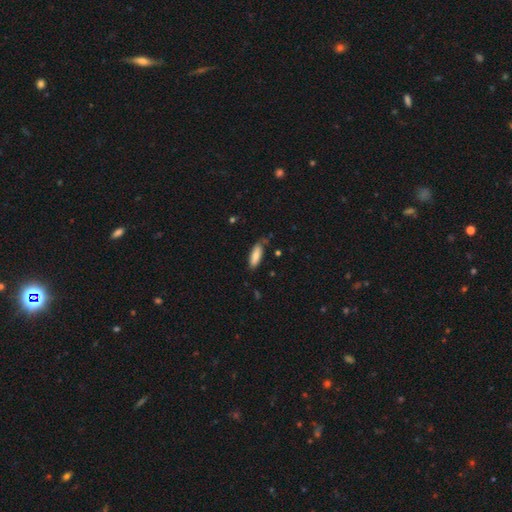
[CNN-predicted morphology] A smooth galaxy with no disk features (82%) that is in between round and cigar-shaped (57%).

Vote fractions:
- Smooth or featured? smooth: 82% / featured or disk: 12% / star or artifact: 6%
- How rounded? in between: 57% / cigar-shaped: 41% / round: 2%
- Merging? none: 74% / minor disturbance: 20% / major disturbance: 3% / merger: 3%